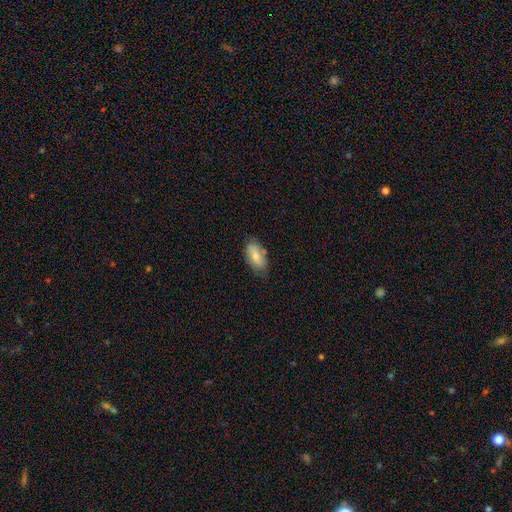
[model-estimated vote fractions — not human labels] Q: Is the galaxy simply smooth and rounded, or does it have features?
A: smooth — 73%.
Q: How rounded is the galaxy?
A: in between — 91%.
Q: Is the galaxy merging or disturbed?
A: none — 64%.